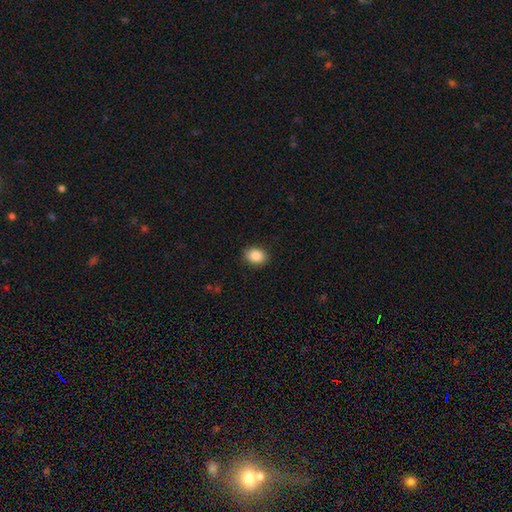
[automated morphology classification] Smooth or featured?
  - smooth: 87% *
  - star or artifact: 8%
  - featured or disk: 5%
How rounded?
  - in between: 62% *
  - round: 37%
  - cigar-shaped: 1%
Merging?
  - none: 90% *
  - minor disturbance: 8%
  - major disturbance: 2%
  - merger: 1%